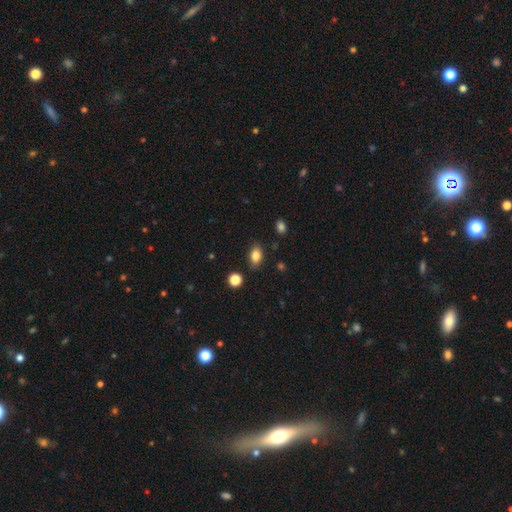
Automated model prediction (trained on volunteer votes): Overall: smooth (83%). How rounded: in between (84%). Merging: none (83%).